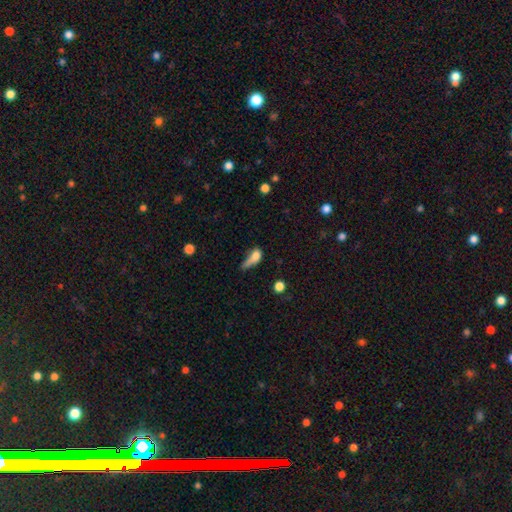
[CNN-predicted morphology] smooth-or-featured: smooth: 68% | featured or disk: 21% | star or artifact: 11%
  how-rounded: in between: 63% | cigar-shaped: 24% | round: 13%
  merging: major disturbance: 40% | minor disturbance: 25% | none: 22% | merger: 14%